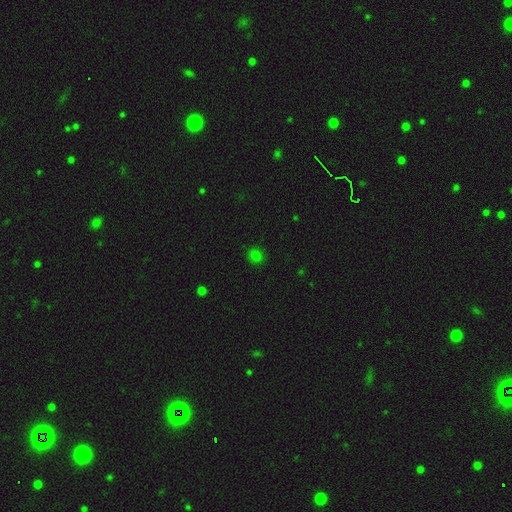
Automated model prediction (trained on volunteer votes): This appears to be a smooth galaxy with no disk features (77%) that is round (81%). Merging: none (89%).